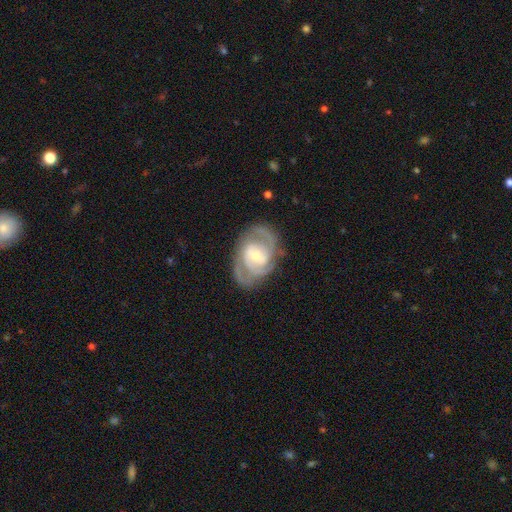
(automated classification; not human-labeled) Smooth or featured?
  - featured or disk: 89% *
  - smooth: 7%
  - star or artifact: 4%
Edge-on disk?
  - no: 97% *
  - yes: 3%
Bar?
  - weak: 46% *
  - no: 40%
  - strong: 14%
Spiral arms?
  - yes: 97% *
  - no: 3%
Spiral winding?
  - tight: 52% *
  - medium: 41%
  - loose: 7%
Spiral arm count?
  - 2: 54% *
  - 3: 24%
  - can't tell: 11%
  - 4: 4%
  - 1: 3%
  - more than 4: 3%
Bulge size?
  - moderate: 52% *
  - small: 42%
  - large: 4%
  - none: 1%
  - dominant: 1%
Merging?
  - none: 76% *
  - minor disturbance: 16%
  - major disturbance: 6%
  - merger: 1%